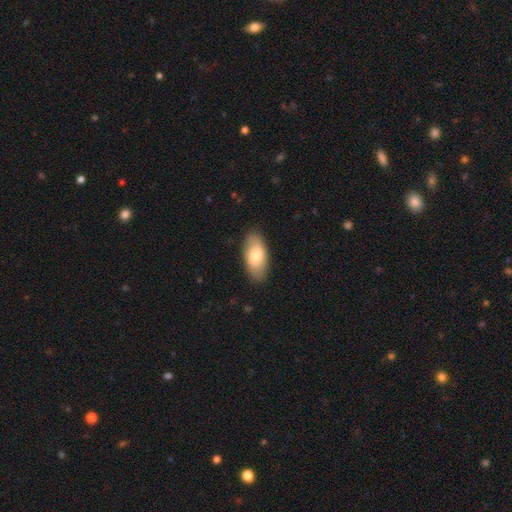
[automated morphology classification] The model was most divided on "smooth or featured": smooth: 76%, featured or disk: 18%, star or artifact: 6%. More confident: how rounded — in between (91%); merging — none (87%).